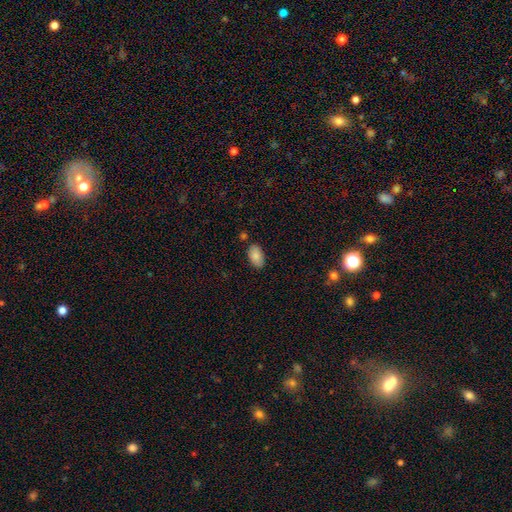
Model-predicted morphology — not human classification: smooth 87%, star or artifact 7%, featured or disk 6%. Down the decision tree: how rounded — in between (94%); merging — none (82%).